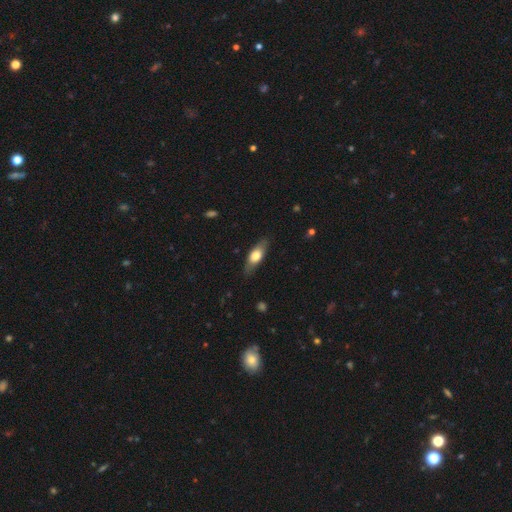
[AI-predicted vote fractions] A smooth galaxy with no disk features (63%) that is in between round and cigar-shaped (67%).

Vote fractions:
- Smooth or featured? smooth: 63% / featured or disk: 31% / star or artifact: 6%
- How rounded? in between: 67% / cigar-shaped: 30% / round: 3%
- Merging? none: 81% / minor disturbance: 15% / major disturbance: 3% / merger: 1%